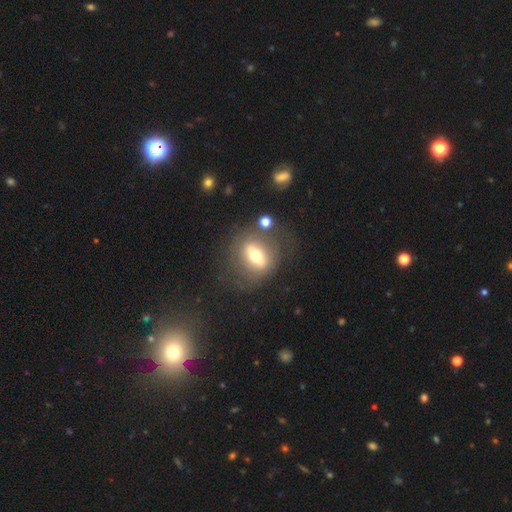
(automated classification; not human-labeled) Smooth or featured? Predicted: featured or disk (p=0.50). Merging? Predicted: none (p=0.67).